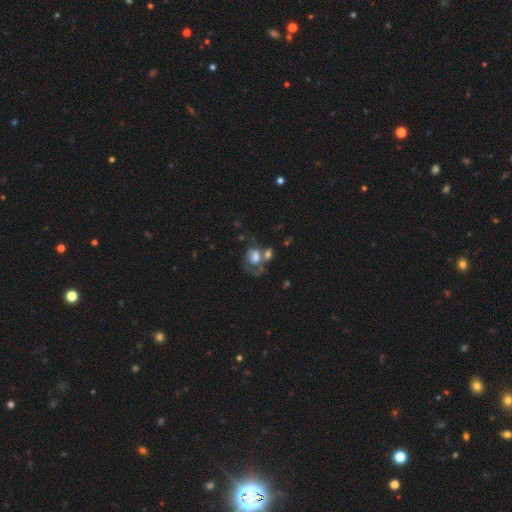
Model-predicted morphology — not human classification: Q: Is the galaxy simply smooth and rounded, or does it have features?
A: smooth — 50%.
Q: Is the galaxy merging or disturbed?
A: merger — 41%.